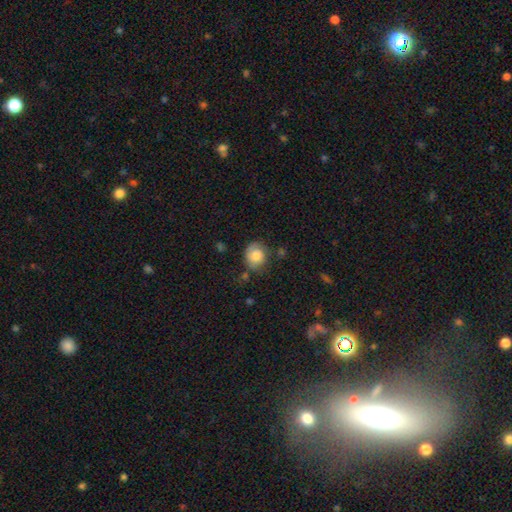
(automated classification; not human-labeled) Smooth or featured?
  - smooth: 73% *
  - featured or disk: 19%
  - star or artifact: 8%
How rounded?
  - round: 70% *
  - in between: 29%
  - cigar-shaped: 1%
Merging?
  - none: 63% *
  - minor disturbance: 25%
  - major disturbance: 9%
  - merger: 4%